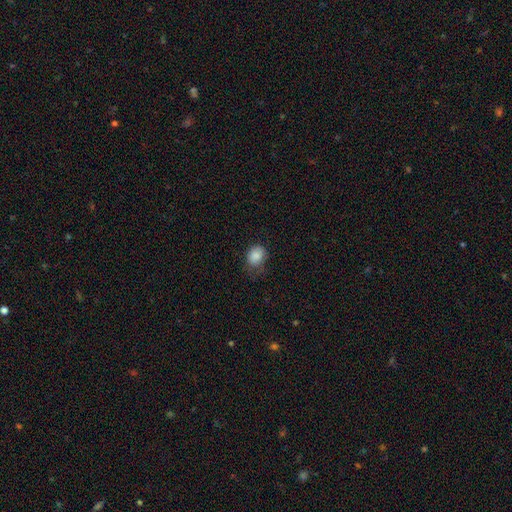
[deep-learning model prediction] Smooth or featured: smooth — 86% (star or artifact — 9%)
How rounded: in between — 51% (round — 48%)
Merging: none — 55% (minor disturbance — 32%)